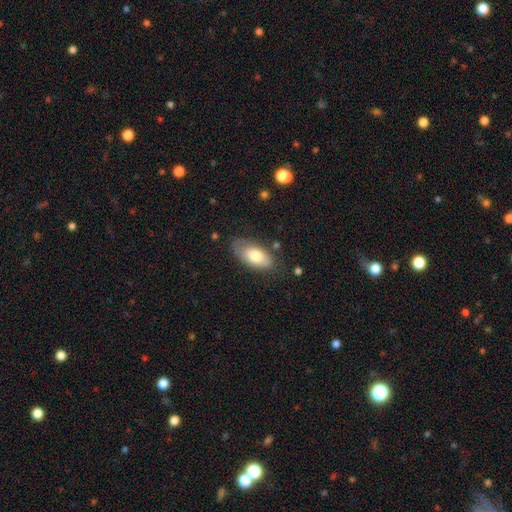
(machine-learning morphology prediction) The model was most divided on "merging": none: 70%, minor disturbance: 22%, major disturbance: 6%, merger: 2%. More confident: how rounded — in between (92%); smooth or featured — smooth (73%).